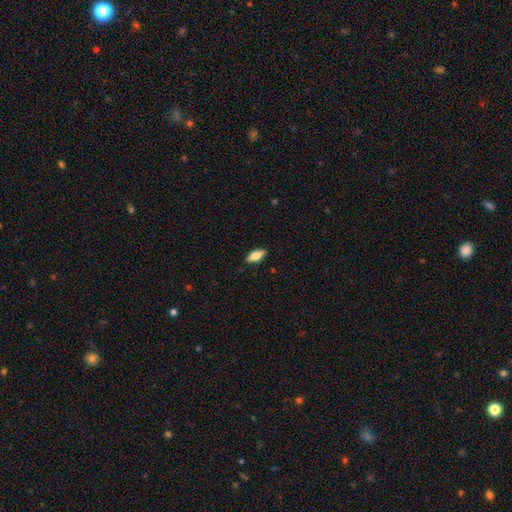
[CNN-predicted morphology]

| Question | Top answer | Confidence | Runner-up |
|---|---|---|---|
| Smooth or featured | smooth | 72% | featured or disk (21%) |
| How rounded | in between | 85% | cigar-shaped (12%) |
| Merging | none | 88% | minor disturbance (9%) |